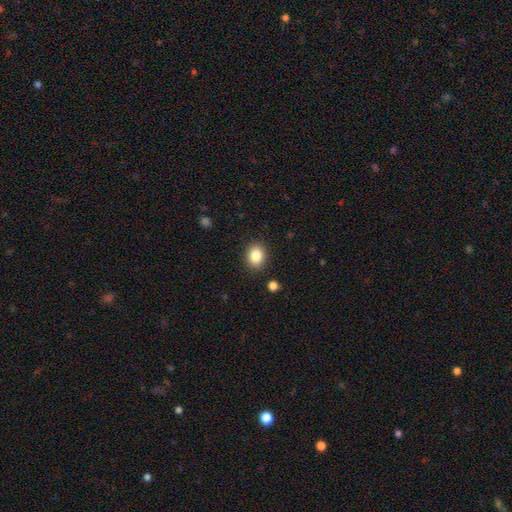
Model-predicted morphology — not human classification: smooth 85%, star or artifact 9%, featured or disk 5%. Down the decision tree: how rounded — round (50%); merging — none (88%).